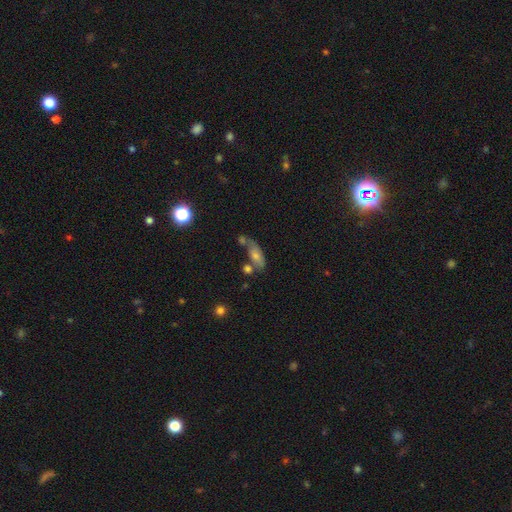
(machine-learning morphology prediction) A smooth galaxy with no disk features (56%) that is in between round and cigar-shaped (71%). Merging: none (36%).